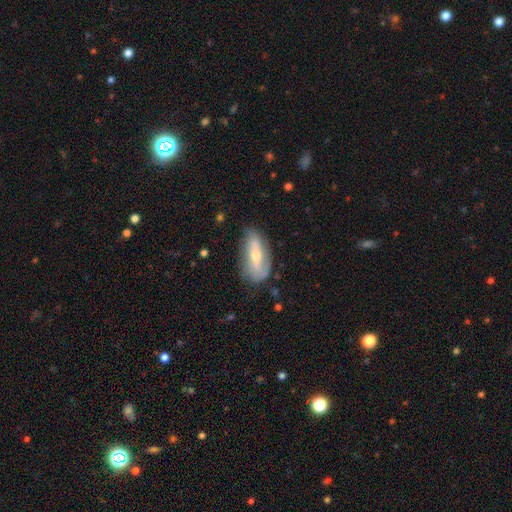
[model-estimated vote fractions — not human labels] smooth-or-featured: featured or disk: 60% | smooth: 33% | star or artifact: 7%
  disk-edge-on: no: 77% | yes: 23%
  merging: none: 70% | minor disturbance: 21% | major disturbance: 6% | merger: 2%